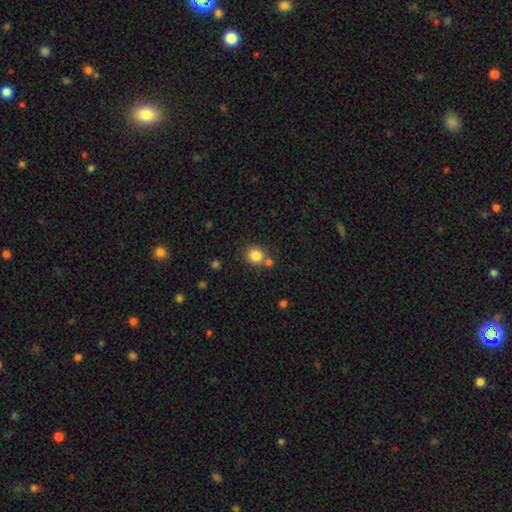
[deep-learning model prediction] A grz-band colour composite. It shows a smooth galaxy with no disk features (84%) that is round (81%). Merging: none (69%).